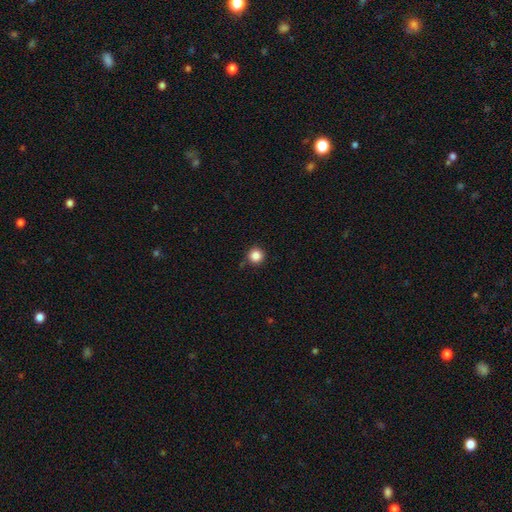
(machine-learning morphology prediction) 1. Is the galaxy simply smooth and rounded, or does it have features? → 85% smooth, 11% star or artifact, 4% featured or disk.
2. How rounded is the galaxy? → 95% round, 4% in between, 1% cigar-shaped.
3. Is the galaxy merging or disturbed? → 88% none, 8% minor disturbance, 2% merger, 2% major disturbance.